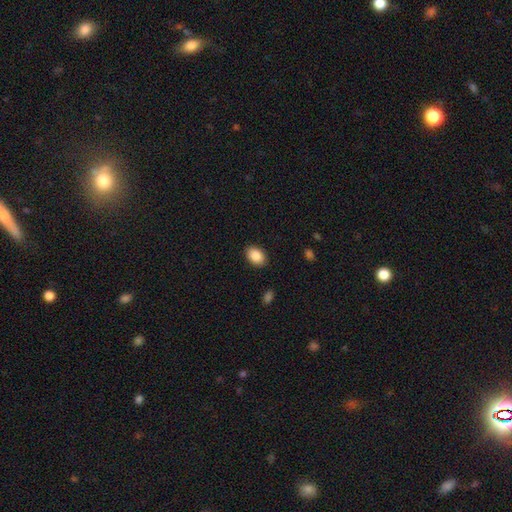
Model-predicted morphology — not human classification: A smooth galaxy with no disk features (88%) that is in between round and cigar-shaped (85%).

Vote fractions:
- Smooth or featured? smooth: 88% / star or artifact: 7% / featured or disk: 5%
- How rounded? in between: 85% / round: 14% / cigar-shaped: 1%
- Merging? none: 88% / minor disturbance: 9% / major disturbance: 2% / merger: 1%